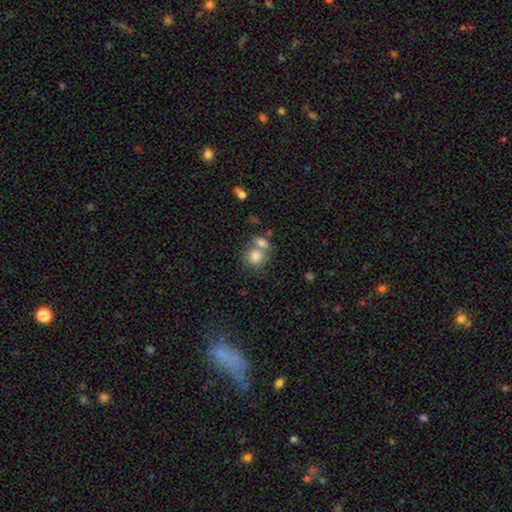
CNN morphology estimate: Smooth or featured: smooth — 81% (featured or disk — 10%)
How rounded: round — 74% (in between — 25%)
Merging: merger — 44% (none — 41%)